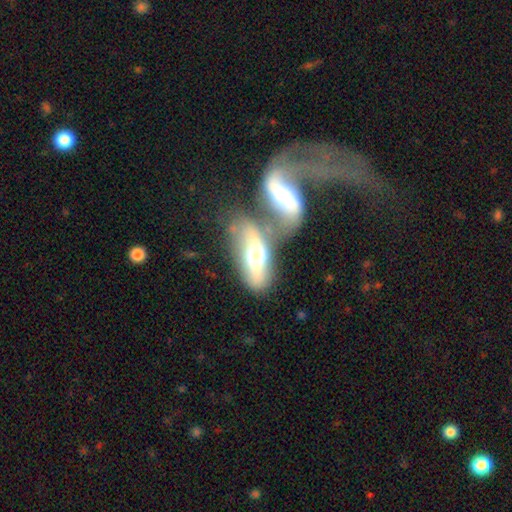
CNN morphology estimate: A smooth galaxy with no disk features (52%) that is in between round and cigar-shaped (77%). Merging: merger (45%).